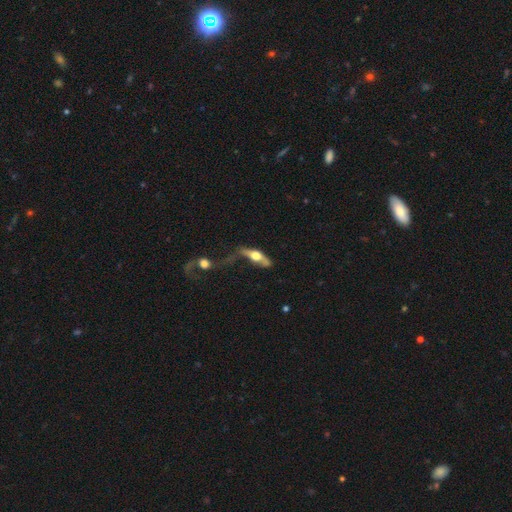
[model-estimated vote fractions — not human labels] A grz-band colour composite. It shows a featured or disk galaxy (59%) viewed edge-on (69%). Merging: none (29%).